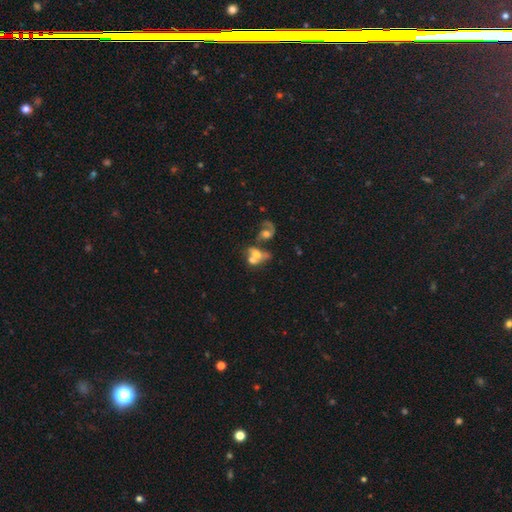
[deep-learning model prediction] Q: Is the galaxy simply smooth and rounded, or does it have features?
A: featured or disk — 45%.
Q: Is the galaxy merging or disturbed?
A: merger — 68%.